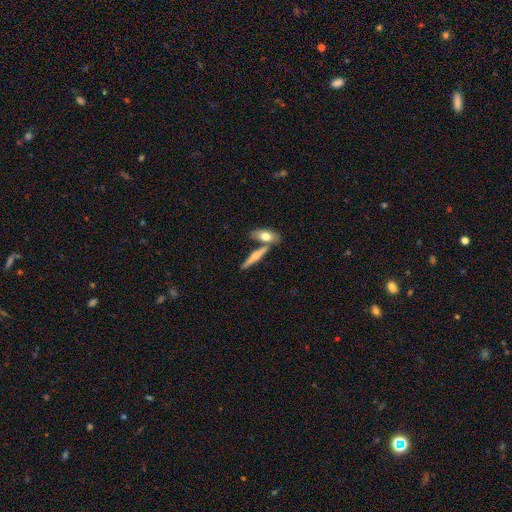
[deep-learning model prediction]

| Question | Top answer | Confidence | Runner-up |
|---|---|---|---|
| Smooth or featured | featured or disk | 47% | tied: smooth (47%) |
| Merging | none | 62% | merger (26%) |